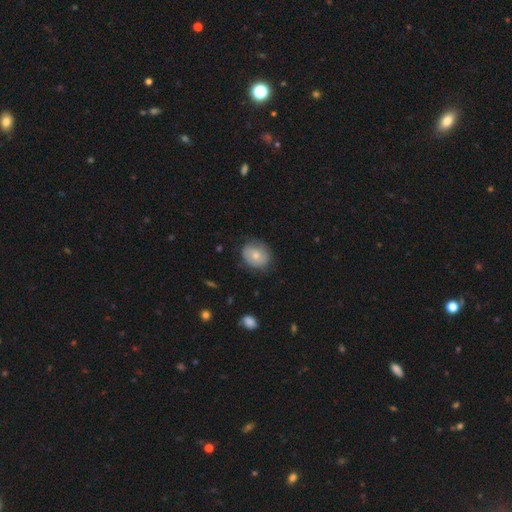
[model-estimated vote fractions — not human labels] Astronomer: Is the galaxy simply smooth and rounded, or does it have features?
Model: smooth — 64%.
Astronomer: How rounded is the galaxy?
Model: round — 60% (runner-up: in between, 40%).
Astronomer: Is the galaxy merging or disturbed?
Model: none — 73%.